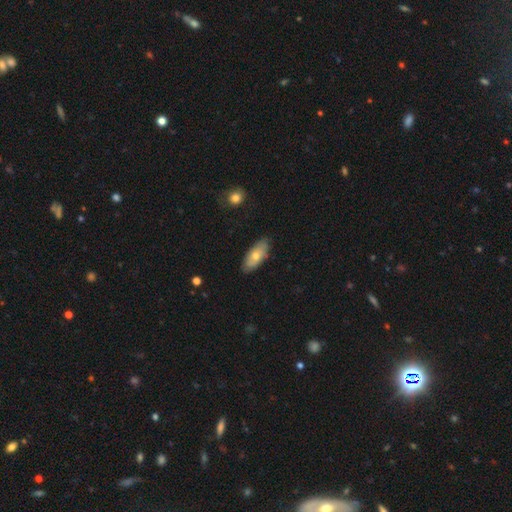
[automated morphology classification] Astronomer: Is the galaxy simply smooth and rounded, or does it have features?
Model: smooth — 65%.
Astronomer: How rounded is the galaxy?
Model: in between — 83%.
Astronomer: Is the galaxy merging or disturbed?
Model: none — 84%.